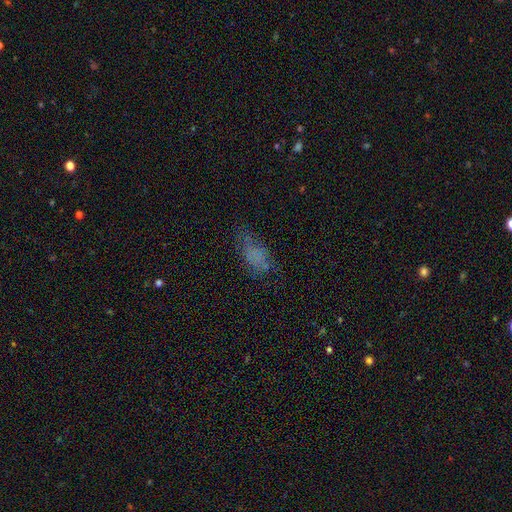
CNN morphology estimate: Smooth or featured: smooth — 57% (featured or disk — 25%)
How rounded: in between — 83% (cigar-shaped — 10%)
Merging: none — 46% (minor disturbance — 26%)